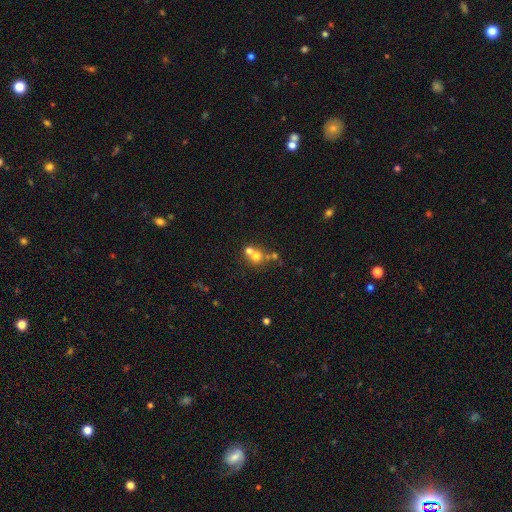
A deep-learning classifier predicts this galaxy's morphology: This is likely a smooth galaxy (63%). How rounded: clearly round (83%). Merging: possibly merger (53%).